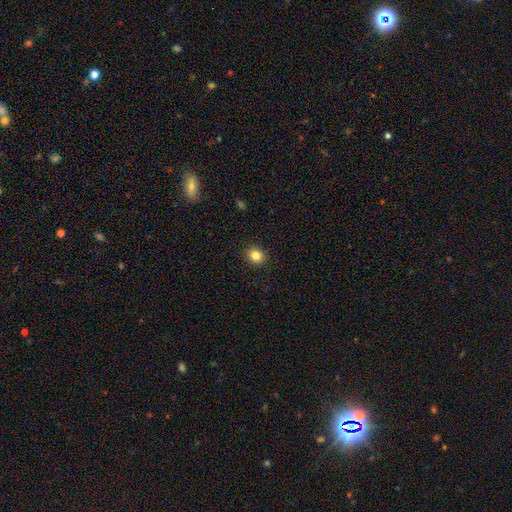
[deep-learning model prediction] Q: Smooth or featured?
A: smooth (84%); runner-up: star or artifact (11%)
Q: How rounded?
A: round (86%); runner-up: in between (13%)
Q: Merging?
A: none (92%); runner-up: minor disturbance (6%)